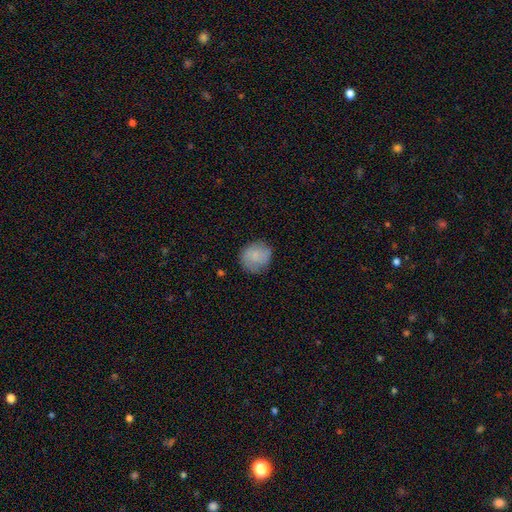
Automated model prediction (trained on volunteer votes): This appears to be a smooth galaxy with no disk features (80%) that is round (87%). Merging: none (77%).